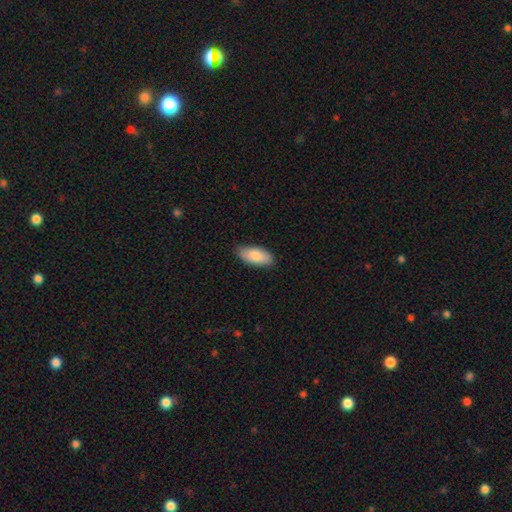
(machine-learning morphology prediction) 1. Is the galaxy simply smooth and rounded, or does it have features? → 84% smooth, 10% featured or disk, 6% star or artifact.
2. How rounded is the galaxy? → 89% in between, 9% cigar-shaped, 2% round.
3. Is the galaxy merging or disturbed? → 84% none, 13% minor disturbance, 2% major disturbance, 1% merger.